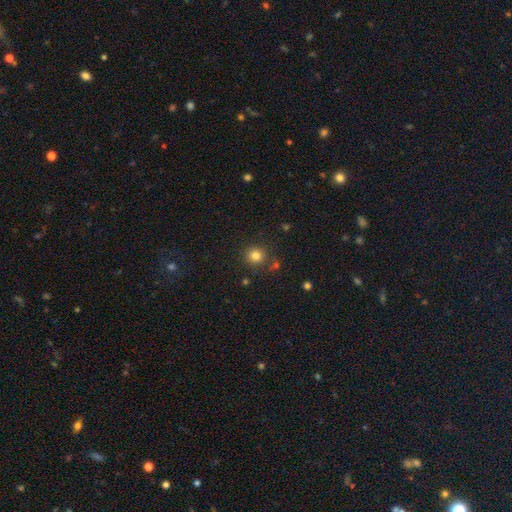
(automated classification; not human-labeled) The model was most divided on "smooth or featured": smooth: 81%, star or artifact: 13%, featured or disk: 6%. More confident: how rounded — round (90%); merging — none (82%).